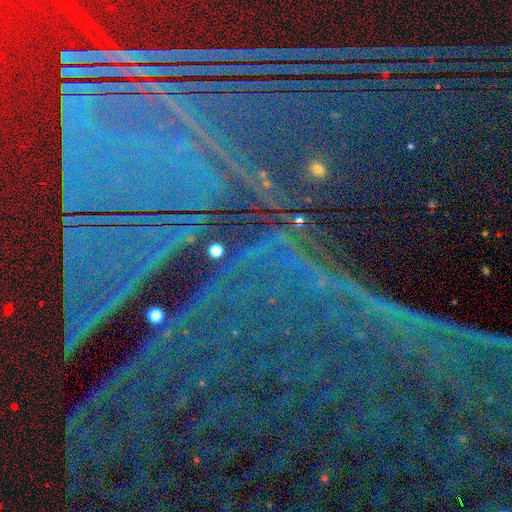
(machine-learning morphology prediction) A star or artifact, not a galaxy (90%).